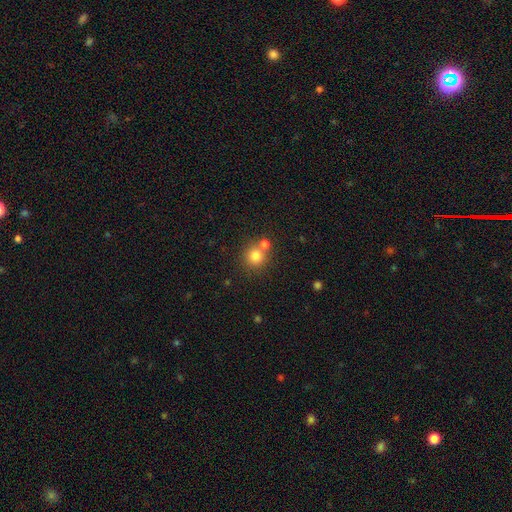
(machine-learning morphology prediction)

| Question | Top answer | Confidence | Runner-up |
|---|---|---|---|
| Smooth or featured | smooth | 80% | star or artifact (12%) |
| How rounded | round | 91% | in between (8%) |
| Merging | none | 62% | merger (28%) |